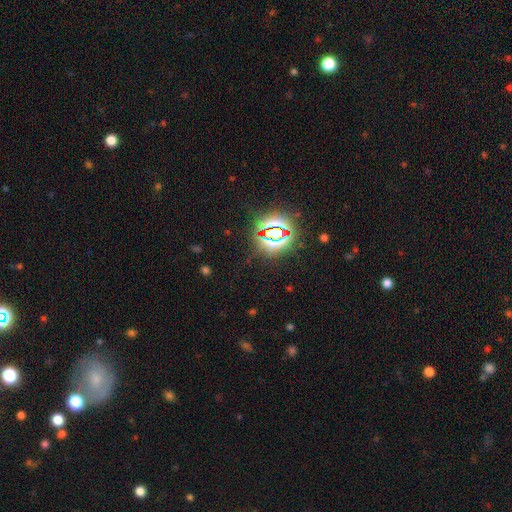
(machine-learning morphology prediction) Overall: star or artifact (80%).